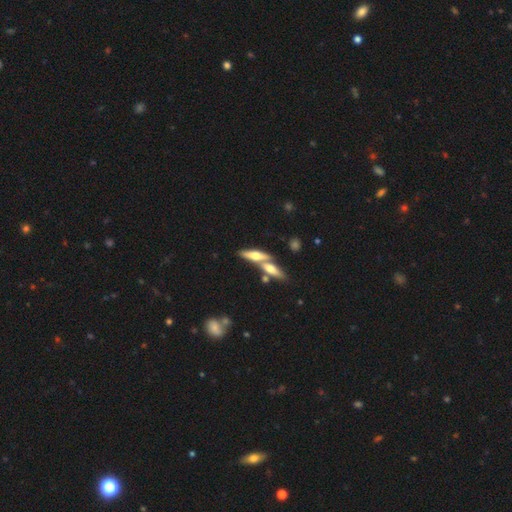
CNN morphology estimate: The model was most divided on "merging": none: 49%, merger: 39%, minor disturbance: 9%, major disturbance: 3%. More confident: edge-on disk — yes (89%); smooth or featured — featured or disk (52%).